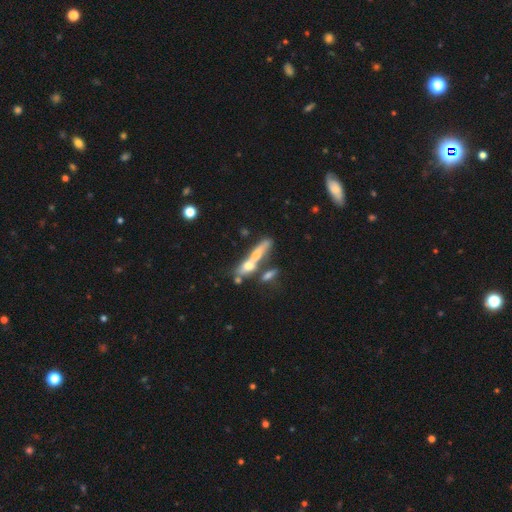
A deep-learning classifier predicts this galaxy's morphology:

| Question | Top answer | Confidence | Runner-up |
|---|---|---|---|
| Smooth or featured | featured or disk | 48% | smooth (41%) |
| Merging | merger | 54% | none (26%) |